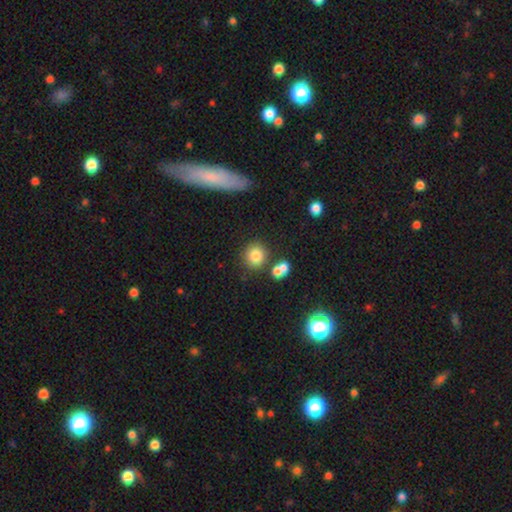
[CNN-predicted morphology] This appears to be a smooth galaxy with no disk features (80%) that is round (85%). Merging: none (70%).